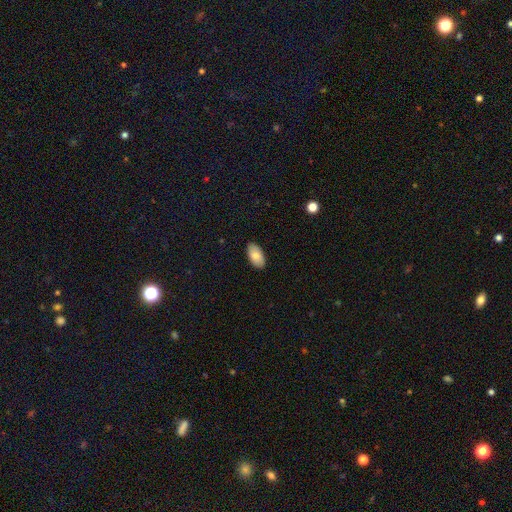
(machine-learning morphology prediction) This is clearly a smooth galaxy (81%). How rounded: clearly in between (95%). Merging: clearly none (88%).